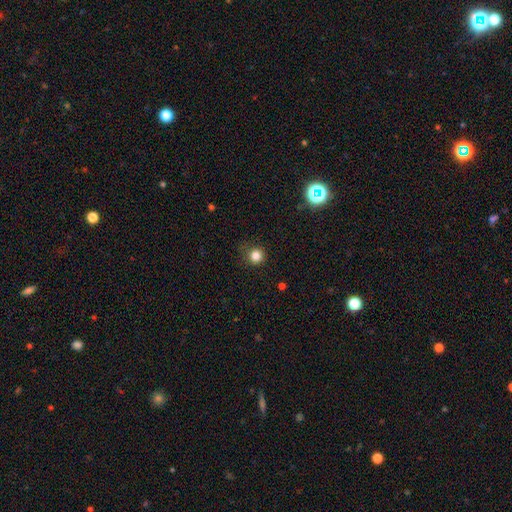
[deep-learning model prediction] Q: Smooth or featured?
A: smooth (81%); runner-up: star or artifact (14%)
Q: How rounded?
A: round (92%); runner-up: in between (7%)
Q: Merging?
A: none (79%); runner-up: minor disturbance (14%)